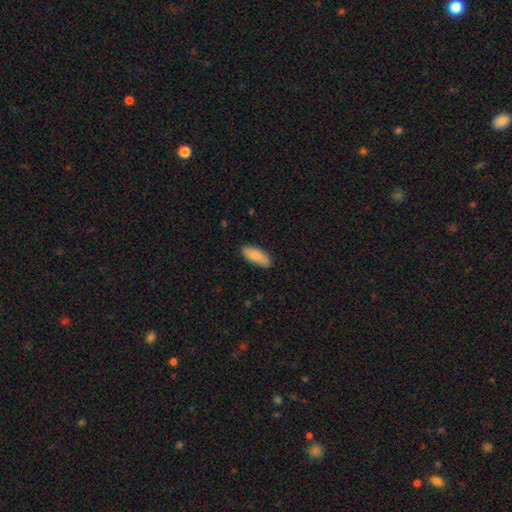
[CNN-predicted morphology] Q: Smooth or featured?
A: smooth (85%); runner-up: featured or disk (9%)
Q: How rounded?
A: in between (79%); runner-up: cigar-shaped (20%)
Q: Merging?
A: none (86%); runner-up: minor disturbance (11%)